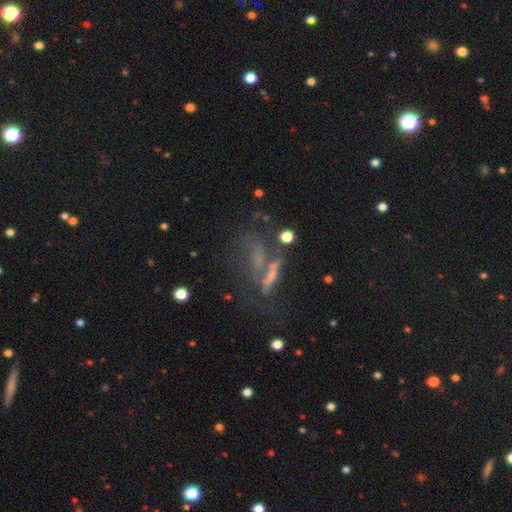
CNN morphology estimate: This appears to be a featured or disk galaxy (48%). Merging: none (32%).